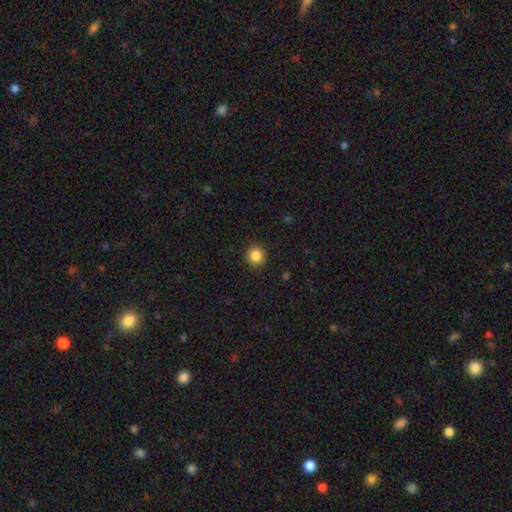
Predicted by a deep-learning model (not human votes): Overall: smooth (86%). How rounded: round (91%). Merging: none (92%).